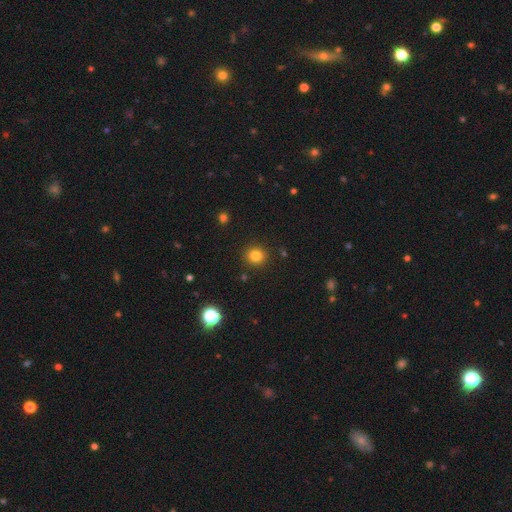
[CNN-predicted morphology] smooth_or_featured: smooth (p=0.81) [alt: star or artifact p=0.13]
how_rounded: round (p=0.88) [alt: in between p=0.12]
merging: none (p=0.90) [alt: minor disturbance p=0.06]